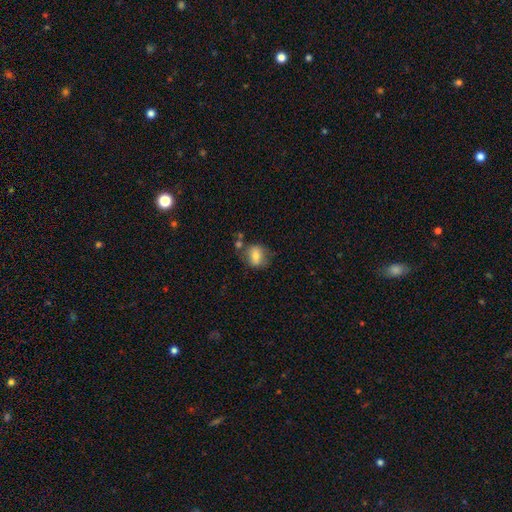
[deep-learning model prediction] smooth-or-featured: smooth: 74% | featured or disk: 17% | star or artifact: 9%
  how-rounded: round: 53% | in between: 45% | cigar-shaped: 2%
  merging: none: 61% | minor disturbance: 20% | merger: 12% | major disturbance: 7%